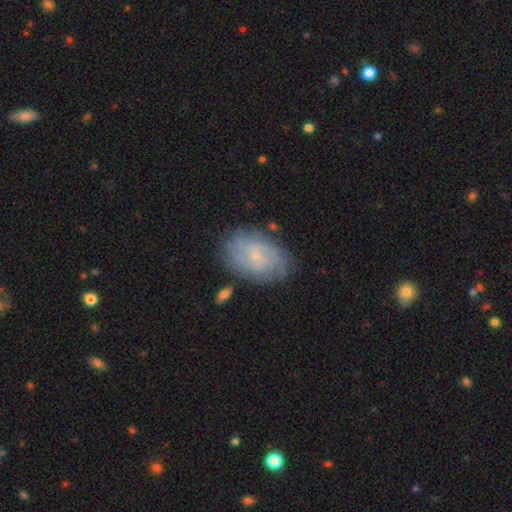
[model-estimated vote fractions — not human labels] Smooth or featured: featured or disk — 59% (smooth — 33%)
Edge-on disk: no — 96% (yes — 4%)
Bar: no — 69% (weak — 27%)
Spiral arms: yes — 80% (no — 20%)
Bulge size: small — 82% (moderate — 10%)
Merging: none — 73% (minor disturbance — 18%)